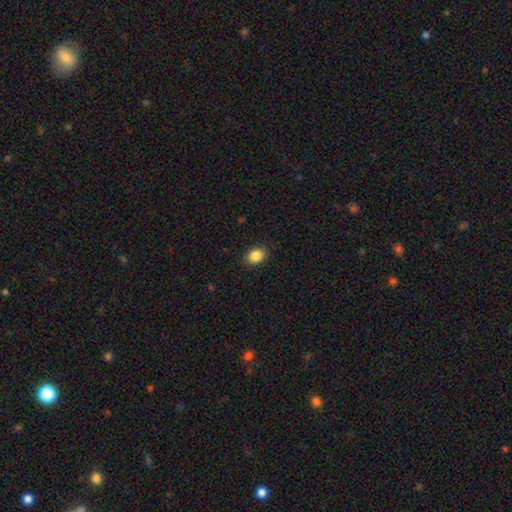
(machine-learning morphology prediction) Smooth or featured? smooth (87%)
How rounded? in between (54%)
Merging? none (88%)